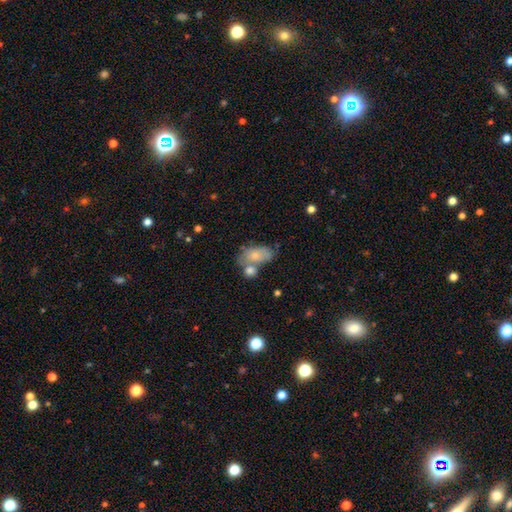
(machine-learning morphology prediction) Q: Smooth or featured?
A: smooth (72%); runner-up: featured or disk (21%)
Q: How rounded?
A: in between (89%); runner-up: round (7%)
Q: Merging?
A: merger (37%); runner-up: none (35%)